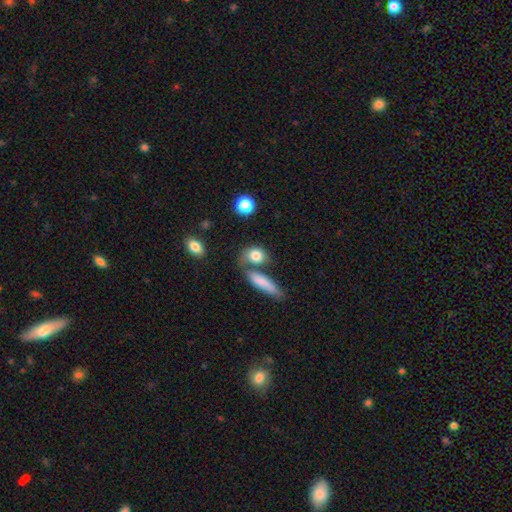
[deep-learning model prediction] Smooth or featured?
  - smooth: 79% *
  - featured or disk: 12%
  - star or artifact: 8%
How rounded?
  - round: 49% *
  - in between: 44%
  - cigar-shaped: 7%
Merging?
  - none: 44% *
  - merger: 31%
  - minor disturbance: 16%
  - major disturbance: 9%